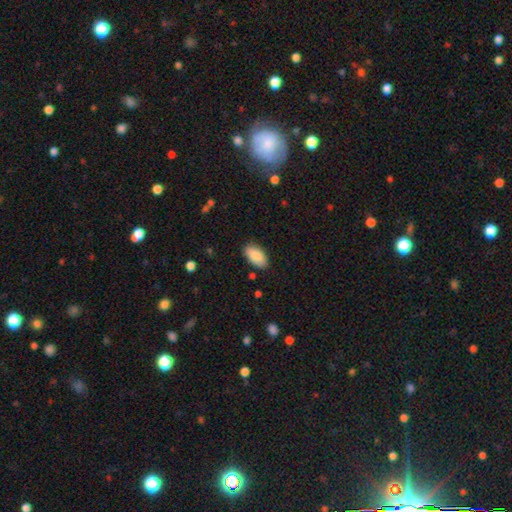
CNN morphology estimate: Smooth or featured? Predicted: smooth (p=0.88). How rounded? Predicted: in between (p=0.94). Merging? Predicted: none (p=0.84).